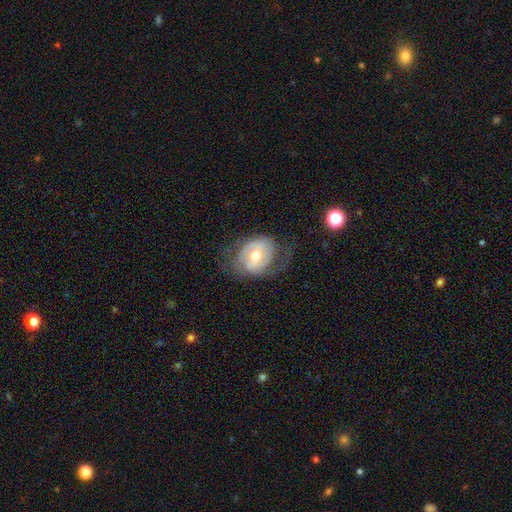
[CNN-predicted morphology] featured or disk 65%, smooth 28%, star or artifact 7%. Down the decision tree: edge-on disk — no (95%); bar — weak (44%); spiral arms — yes (75%); bulge size — moderate (64%); merging — none (57%).